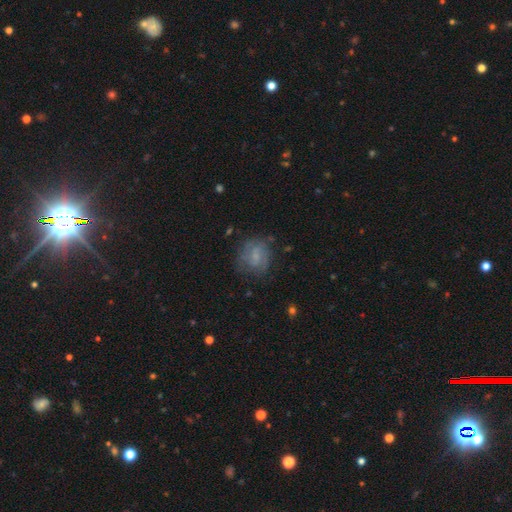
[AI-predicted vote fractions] Q: Smooth or featured?
A: featured or disk (54%); runner-up: smooth (36%)
Q: Edge-on disk?
A: no (98%); runner-up: yes (2%)
Q: Bar?
A: no (46%); runner-up: weak (45%)
Q: Spiral arms?
A: yes (79%); runner-up: no (21%)
Q: Bulge size?
A: small (48%); runner-up: none (30%)
Q: Merging?
A: none (66%); runner-up: minor disturbance (20%)